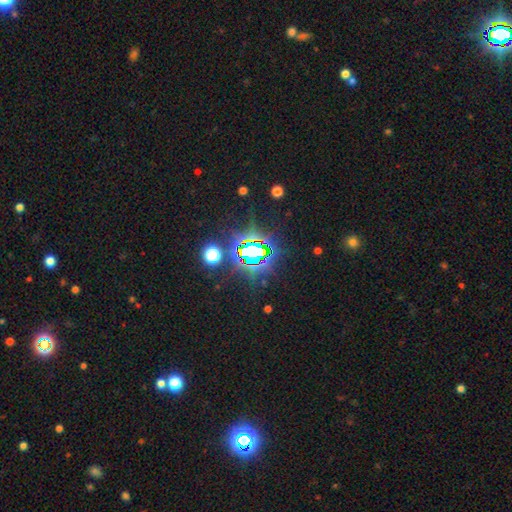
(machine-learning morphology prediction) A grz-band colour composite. It shows a star or artifact, not a galaxy (78%).